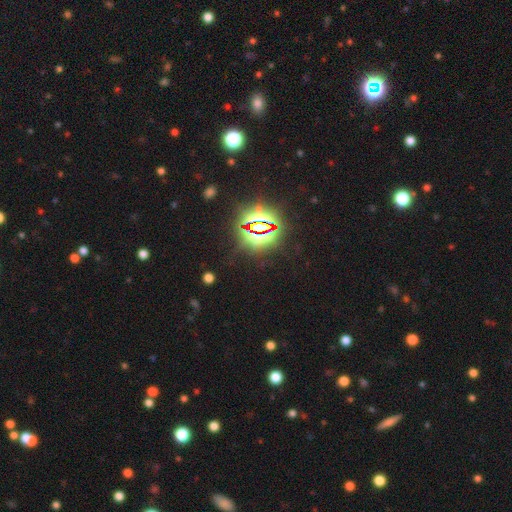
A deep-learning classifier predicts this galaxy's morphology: A star or artifact, not a galaxy (81%).

Vote fractions:
- Smooth or featured? star or artifact: 81% / smooth: 12% / featured or disk: 6%